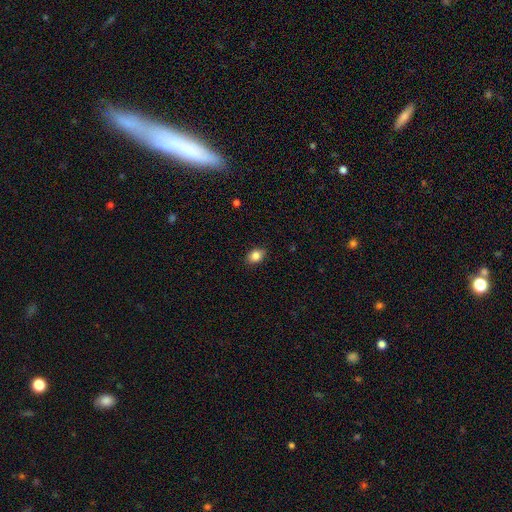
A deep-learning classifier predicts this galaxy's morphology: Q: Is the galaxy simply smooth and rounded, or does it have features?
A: smooth — 85%.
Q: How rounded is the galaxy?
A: in between — 73%.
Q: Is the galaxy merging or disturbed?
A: none — 85%.